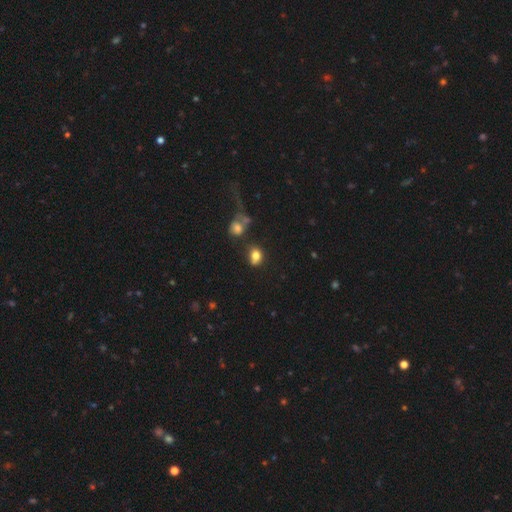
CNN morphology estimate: This is likely a smooth galaxy (78%). How rounded: possibly in between (50%). Merging: possibly none (55%).